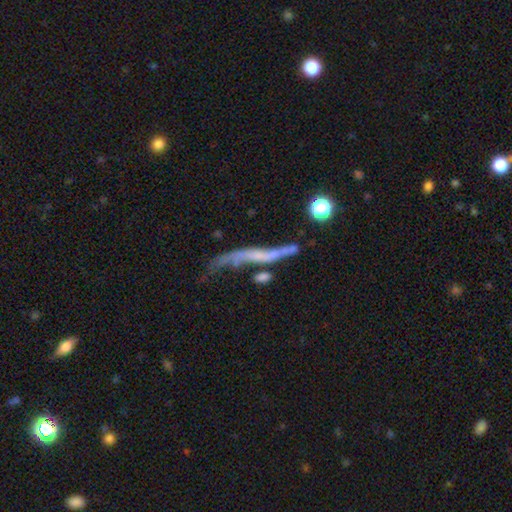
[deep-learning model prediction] smooth_or_featured: featured or disk (p=0.61) [alt: smooth p=0.28]
disk_edge_on: yes (p=0.52) [alt: no p=0.48]
merging: none (p=0.33) [alt: major disturbance p=0.27]